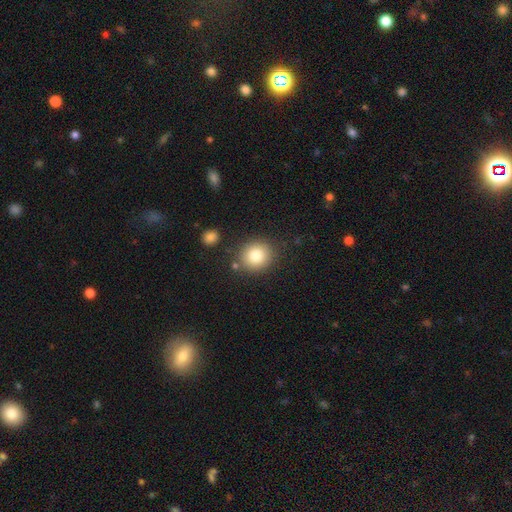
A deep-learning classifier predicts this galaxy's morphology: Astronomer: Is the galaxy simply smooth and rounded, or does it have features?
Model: smooth — 82%.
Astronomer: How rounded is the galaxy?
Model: round — 84%.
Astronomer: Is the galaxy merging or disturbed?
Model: none — 82%.